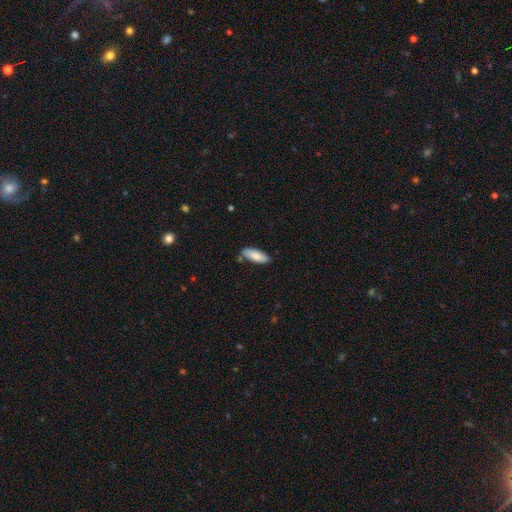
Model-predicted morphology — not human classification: A smooth galaxy with no disk features (85%) that is in between round and cigar-shaped (70%).

Vote fractions:
- Smooth or featured? smooth: 85% / featured or disk: 10% / star or artifact: 6%
- How rounded? in between: 70% / cigar-shaped: 28% / round: 2%
- Merging? none: 78% / minor disturbance: 15% / merger: 4% / major disturbance: 3%